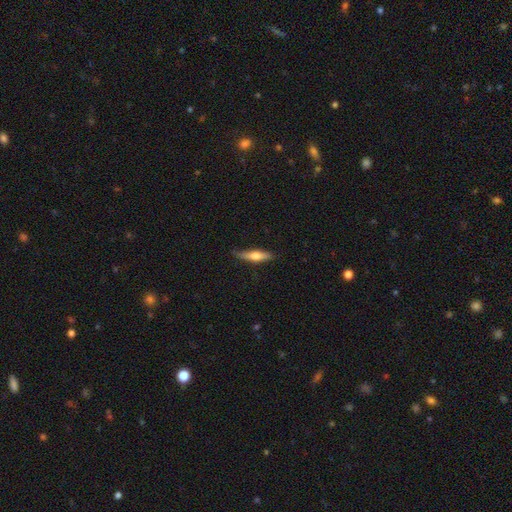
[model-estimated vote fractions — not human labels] This appears to be a smooth galaxy with no disk features (51%) that is cigar-shaped (79%). Merging: none (72%).